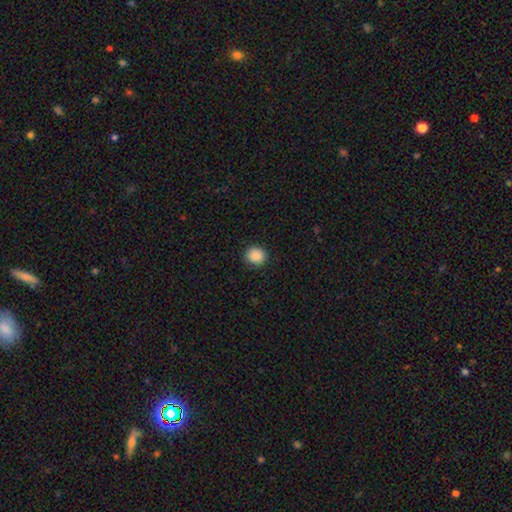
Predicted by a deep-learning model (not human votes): smooth-or-featured: smooth: 88% | star or artifact: 9% | featured or disk: 3%
  how-rounded: round: 86% | in between: 13% | cigar-shaped: 1%
  merging: none: 89% | minor disturbance: 8% | major disturbance: 2% | merger: 1%